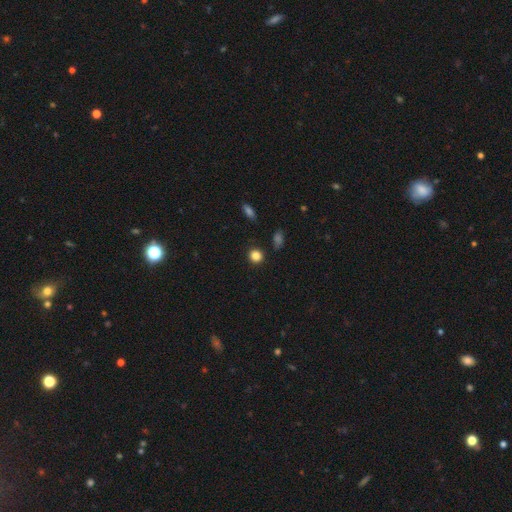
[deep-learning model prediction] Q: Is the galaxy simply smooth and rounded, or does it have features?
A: smooth — 84%.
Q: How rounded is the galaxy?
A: round — 89%.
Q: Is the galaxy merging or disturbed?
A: none — 87%.